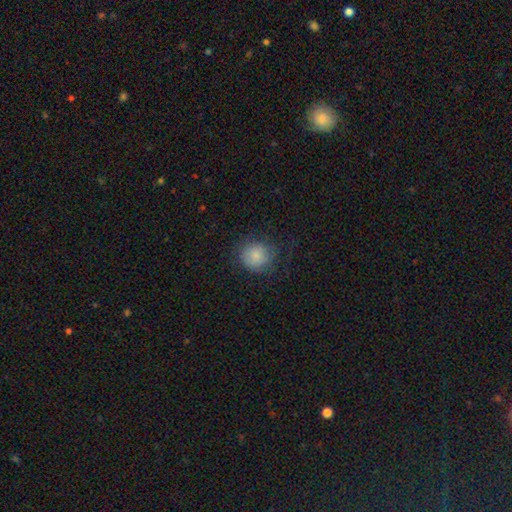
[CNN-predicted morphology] The model was most divided on "merging": none: 69%, minor disturbance: 18%, major disturbance: 12%, merger: 1%. More confident: how rounded — round (86%); smooth or featured — smooth (81%).